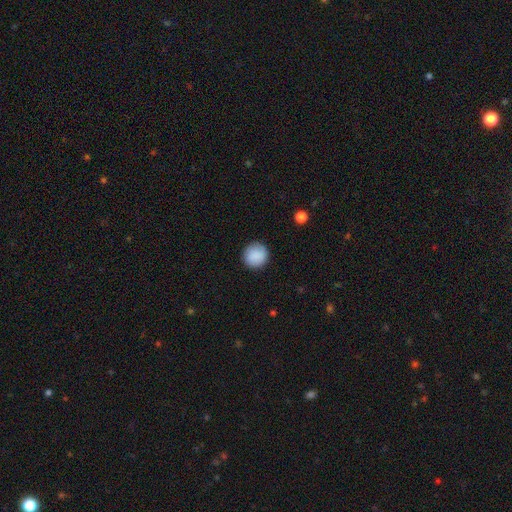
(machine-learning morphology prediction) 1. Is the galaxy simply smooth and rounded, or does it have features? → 89% smooth, 7% star or artifact, 3% featured or disk.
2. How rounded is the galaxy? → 94% round, 5% in between, 1% cigar-shaped.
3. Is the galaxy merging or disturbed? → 91% none, 7% minor disturbance, 2% major disturbance, 1% merger.